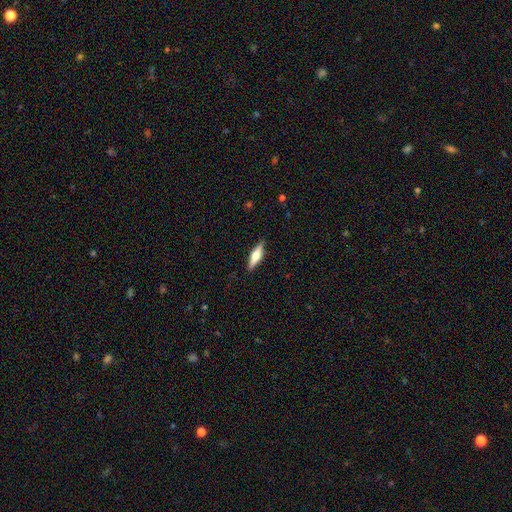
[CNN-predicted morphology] Smooth or featured: featured or disk — 50% (smooth — 44%)
Edge-on disk: yes — 94% (no — 6%)
Merging: none — 88% (minor disturbance — 9%)